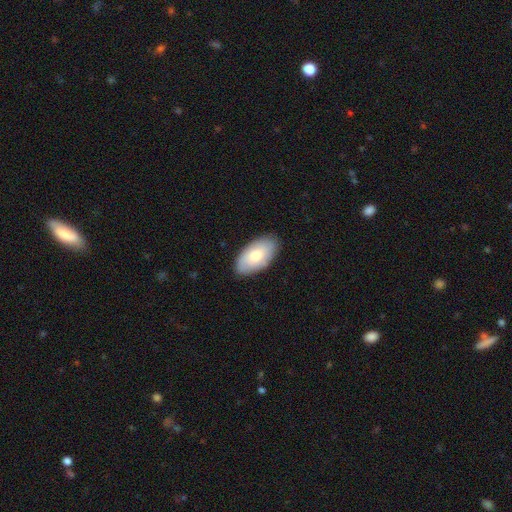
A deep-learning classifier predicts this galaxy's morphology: Smooth or featured?
  - smooth: 73% *
  - featured or disk: 22%
  - star or artifact: 6%
How rounded?
  - in between: 95% *
  - round: 3%
  - cigar-shaped: 2%
Merging?
  - none: 86% *
  - minor disturbance: 11%
  - major disturbance: 2%
  - merger: 1%